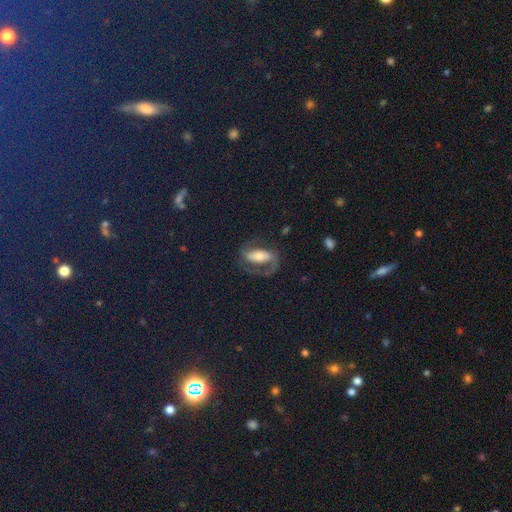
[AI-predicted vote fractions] featured or disk 44%, star or artifact 31%, smooth 25%. Down the decision tree: merging — none (66%).